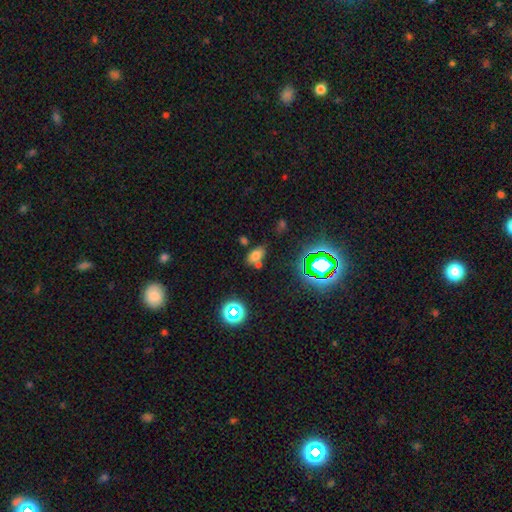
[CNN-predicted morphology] Smooth or featured? Predicted: smooth (p=0.66). How rounded? Predicted: in between (p=0.84). Merging? Predicted: none (p=0.60).